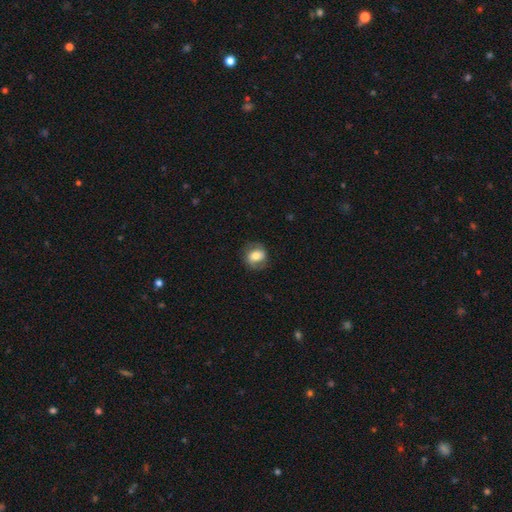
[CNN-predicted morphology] Smooth or featured: smooth — 63% (featured or disk — 29%)
How rounded: round — 54% (in between — 44%)
Merging: none — 76% (minor disturbance — 16%)